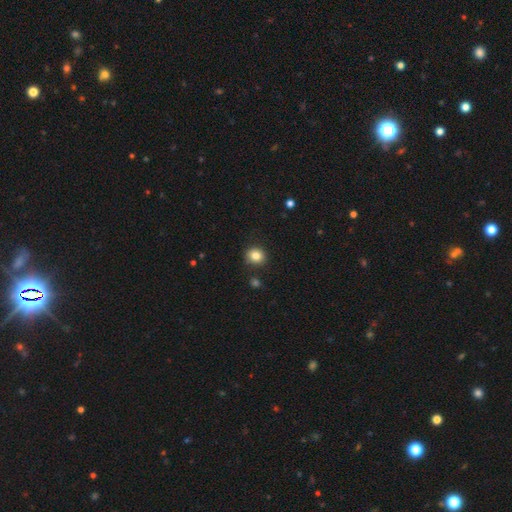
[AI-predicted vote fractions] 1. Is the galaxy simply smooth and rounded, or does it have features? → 83% smooth, 11% star or artifact, 6% featured or disk.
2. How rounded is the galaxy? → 83% round, 16% in between, 1% cigar-shaped.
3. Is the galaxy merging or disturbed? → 85% none, 10% minor disturbance, 3% merger, 2% major disturbance.